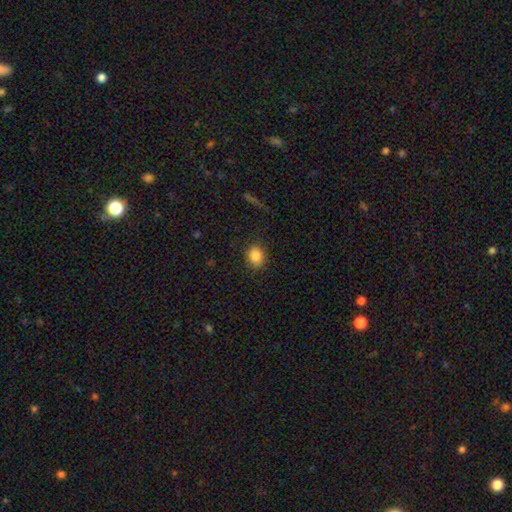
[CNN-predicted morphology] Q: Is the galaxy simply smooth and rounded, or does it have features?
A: smooth — 86%.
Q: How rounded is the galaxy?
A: round — 58%.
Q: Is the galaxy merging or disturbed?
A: none — 85%.